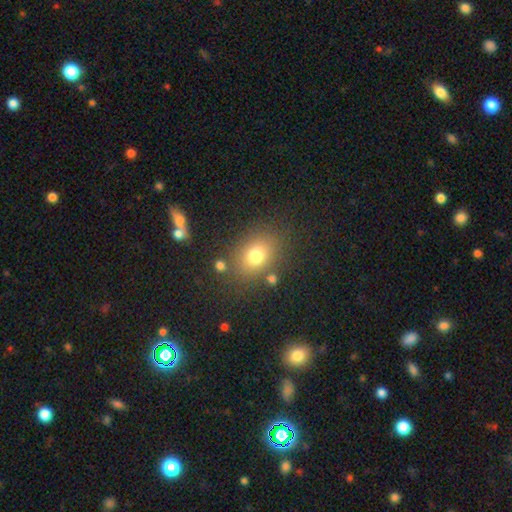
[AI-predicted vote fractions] A smooth galaxy with no disk features (75%) that is in between round and cigar-shaped (58%).

Vote fractions:
- Smooth or featured? smooth: 75% / star or artifact: 14% / featured or disk: 11%
- How rounded? in between: 58% / round: 41% / cigar-shaped: 1%
- Merging? none: 79% / minor disturbance: 11% / merger: 5% / major disturbance: 5%